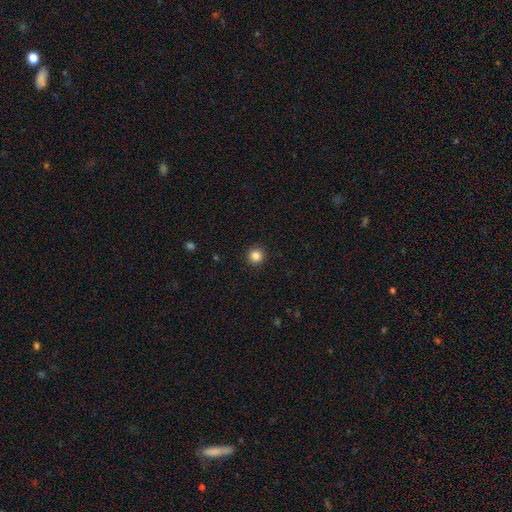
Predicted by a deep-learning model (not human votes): smooth 85%, star or artifact 11%, featured or disk 3%. Down the decision tree: how rounded — round (95%); merging — none (92%).